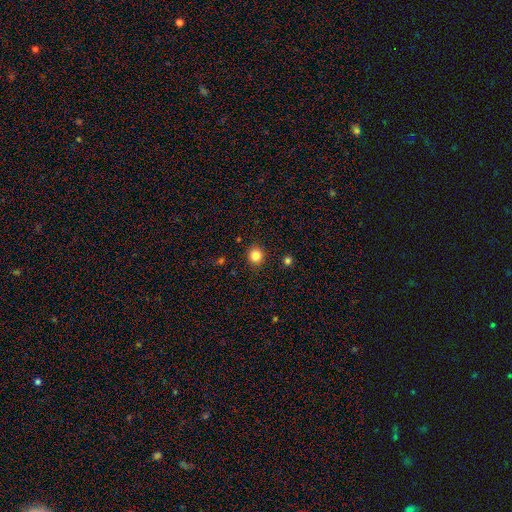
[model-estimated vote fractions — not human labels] This appears to be a smooth galaxy with no disk features (85%) that is round (89%). Merging: none (90%).